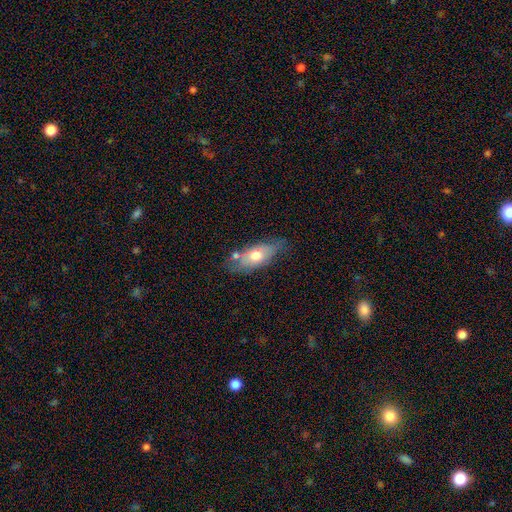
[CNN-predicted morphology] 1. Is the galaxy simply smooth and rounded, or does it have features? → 59% smooth, 34% featured or disk, 7% star or artifact.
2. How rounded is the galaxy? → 79% in between, 17% cigar-shaped, 4% round.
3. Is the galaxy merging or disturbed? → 58% none, 25% minor disturbance, 10% merger, 7% major disturbance.